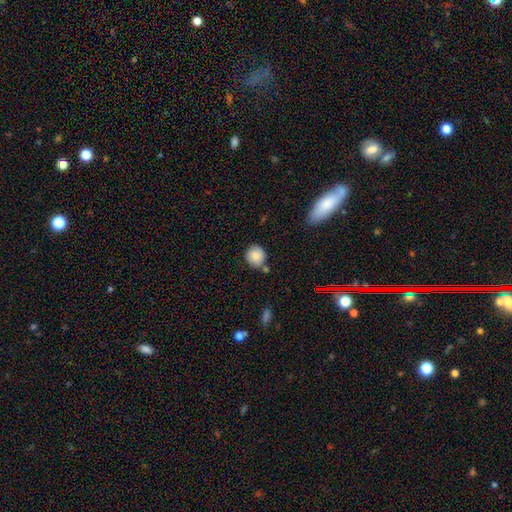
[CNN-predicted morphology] Overall: smooth (85%). How rounded: round (85%). Merging: none (72%).